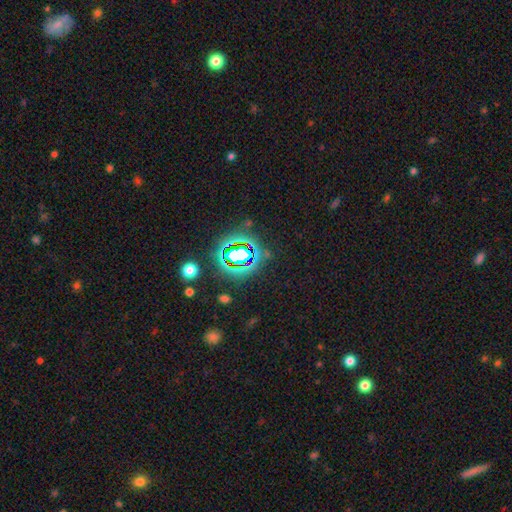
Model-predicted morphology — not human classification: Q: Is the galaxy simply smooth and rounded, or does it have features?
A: star or artifact — 80%.